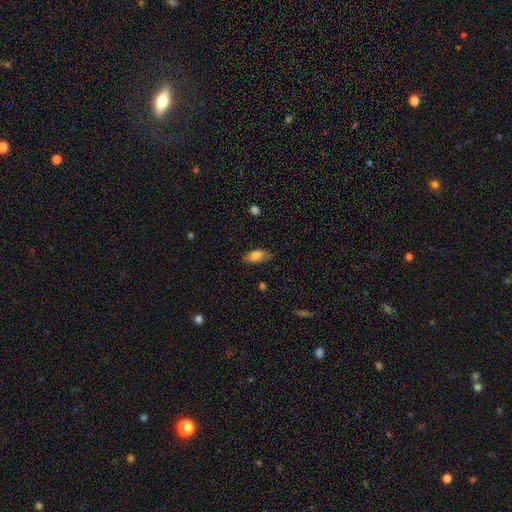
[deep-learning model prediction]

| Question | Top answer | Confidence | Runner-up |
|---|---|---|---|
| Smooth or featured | smooth | 78% | featured or disk (15%) |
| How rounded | in between | 88% | cigar-shaped (9%) |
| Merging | none | 78% | minor disturbance (17%) |